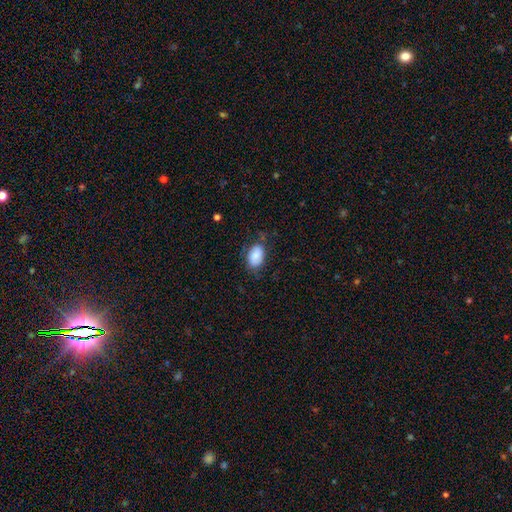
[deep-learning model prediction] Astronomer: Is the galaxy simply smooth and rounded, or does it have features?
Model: smooth — 77%.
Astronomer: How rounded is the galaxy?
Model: in between — 87%.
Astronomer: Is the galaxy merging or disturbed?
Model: none — 62%.